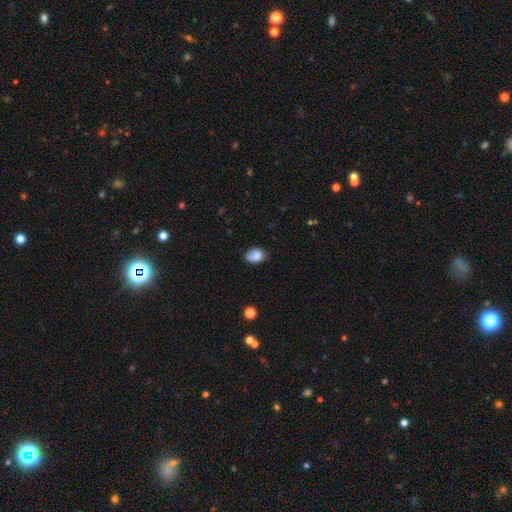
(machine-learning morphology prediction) Q: Smooth or featured?
A: smooth (82%); runner-up: star or artifact (9%)
Q: How rounded?
A: in between (68%); runner-up: round (31%)
Q: Merging?
A: none (65%); runner-up: minor disturbance (27%)